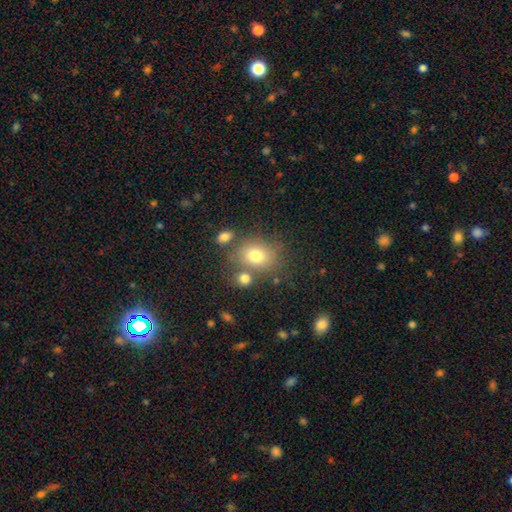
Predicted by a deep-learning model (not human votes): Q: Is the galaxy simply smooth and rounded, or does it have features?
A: smooth — 75%.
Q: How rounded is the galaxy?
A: round — 50%.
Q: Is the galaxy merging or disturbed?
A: none — 64%.